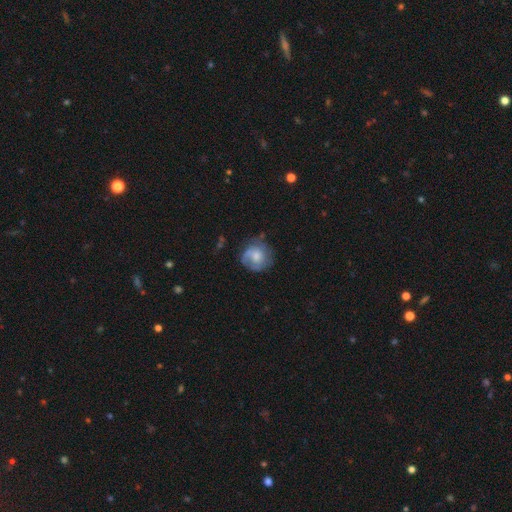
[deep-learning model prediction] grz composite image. It shows a smooth galaxy with no disk features (50%) that is round (82%). Merging: none (59%).